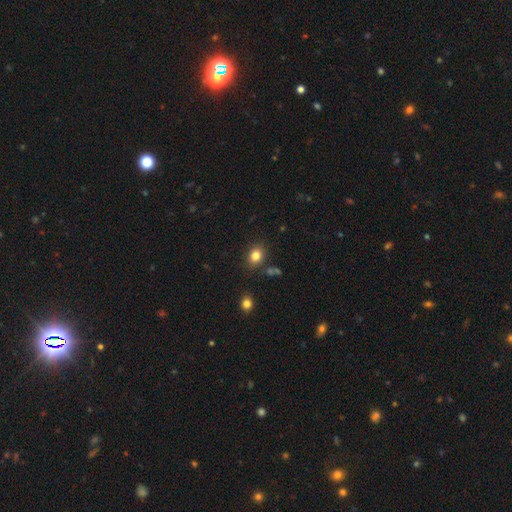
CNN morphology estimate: smooth 82%, star or artifact 12%, featured or disk 7%. Down the decision tree: how rounded — round (57%); merging — none (83%).